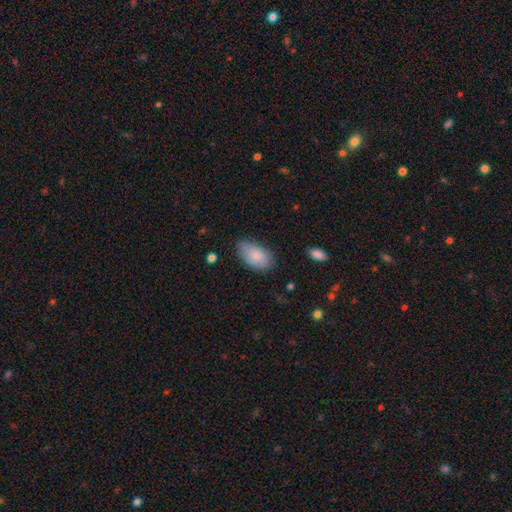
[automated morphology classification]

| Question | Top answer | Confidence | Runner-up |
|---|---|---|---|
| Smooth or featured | smooth | 84% | featured or disk (9%) |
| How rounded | in between | 94% | round (4%) |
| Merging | none | 74% | minor disturbance (21%) |